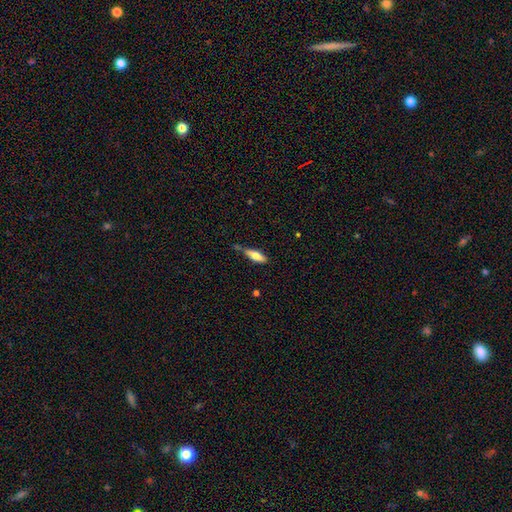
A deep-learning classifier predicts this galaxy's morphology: This is likely a smooth galaxy (65%). How rounded: possibly in between (52%). Merging: possibly none (57%).